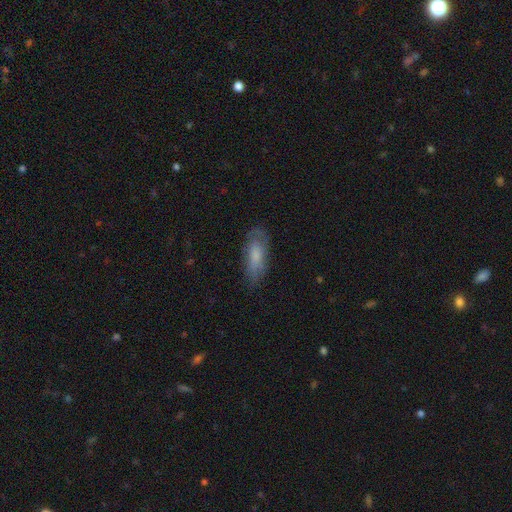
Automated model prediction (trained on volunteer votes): This is likely a smooth galaxy (67%). How rounded: likely in between (70%). Merging: likely none (70%).